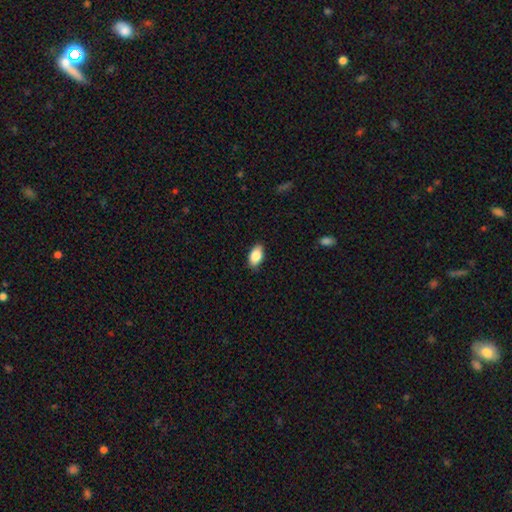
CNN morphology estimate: Smooth or featured?
  - smooth: 87% *
  - star or artifact: 7%
  - featured or disk: 6%
How rounded?
  - in between: 92% *
  - round: 5%
  - cigar-shaped: 3%
Merging?
  - none: 86% *
  - minor disturbance: 11%
  - major disturbance: 2%
  - merger: 1%